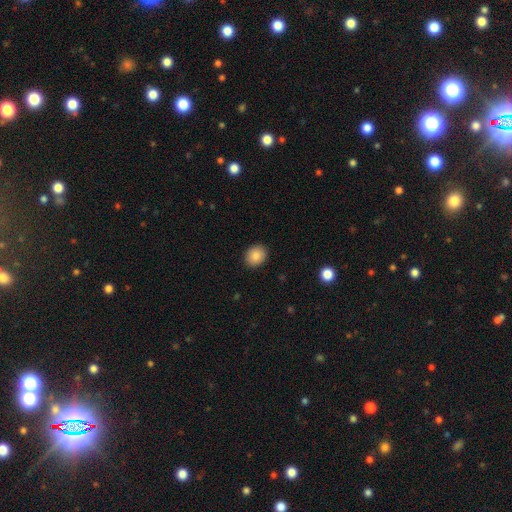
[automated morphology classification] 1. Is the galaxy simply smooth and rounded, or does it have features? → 87% smooth, 8% star or artifact, 5% featured or disk.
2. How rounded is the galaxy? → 60% round, 39% in between, 1% cigar-shaped.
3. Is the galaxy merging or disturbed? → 90% none, 7% minor disturbance, 2% major disturbance, 1% merger.